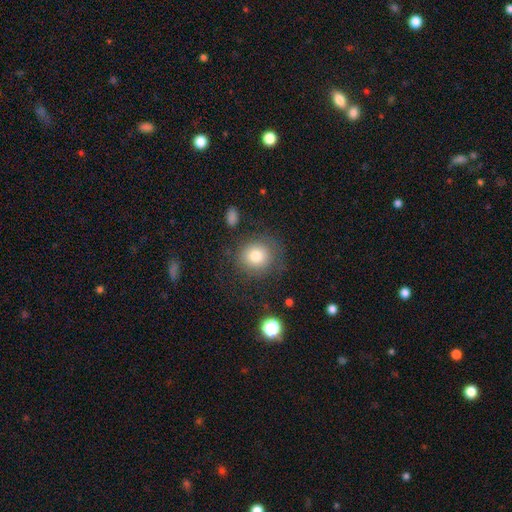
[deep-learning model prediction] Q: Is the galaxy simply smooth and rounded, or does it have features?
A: smooth — 78%.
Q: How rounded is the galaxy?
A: round — 86%.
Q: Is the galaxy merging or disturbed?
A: none — 75%.